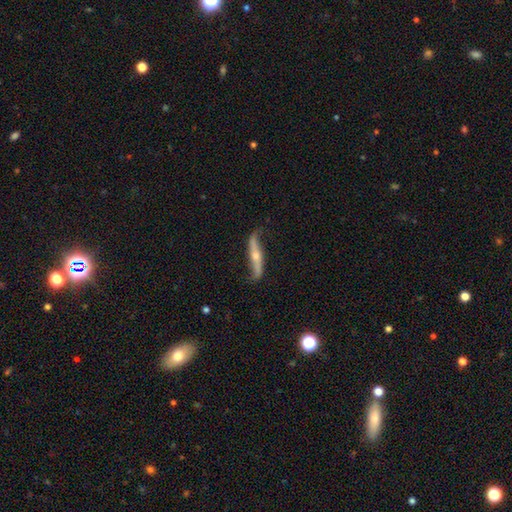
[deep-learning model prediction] This is likely a featured or disk galaxy (79%). It is possibly not viewed edge-on (52%). Merging: likely none (71%).